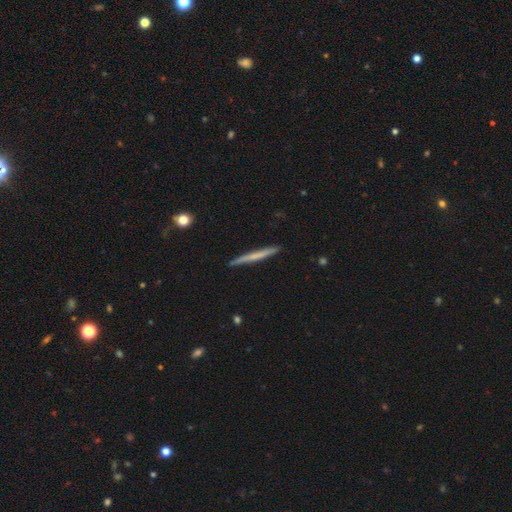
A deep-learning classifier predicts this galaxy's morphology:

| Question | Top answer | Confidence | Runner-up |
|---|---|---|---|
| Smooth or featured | smooth | 53% | featured or disk (42%) |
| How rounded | cigar-shaped | 97% | in between (2%) |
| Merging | none | 90% | minor disturbance (7%) |